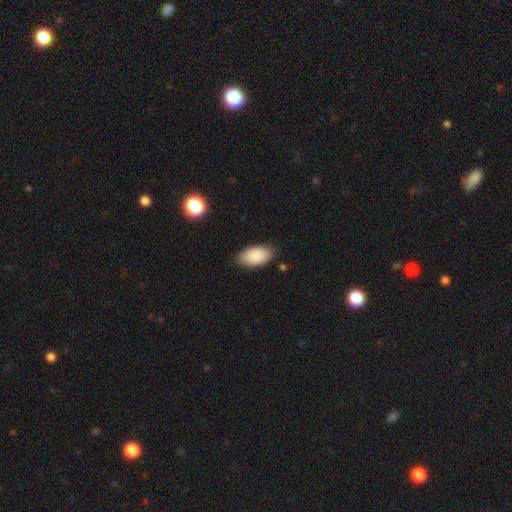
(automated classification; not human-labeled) This appears to be a smooth galaxy with no disk features (89%) that is in between round and cigar-shaped (95%). Merging: none (83%).